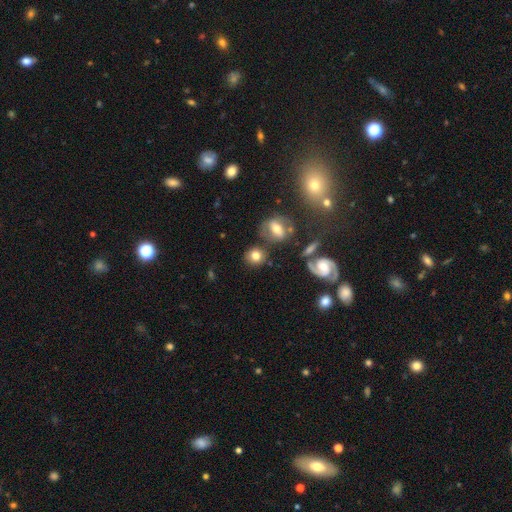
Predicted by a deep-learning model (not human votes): Smooth or featured? smooth (73%)
How rounded? round (79%)
Merging? none (72%)